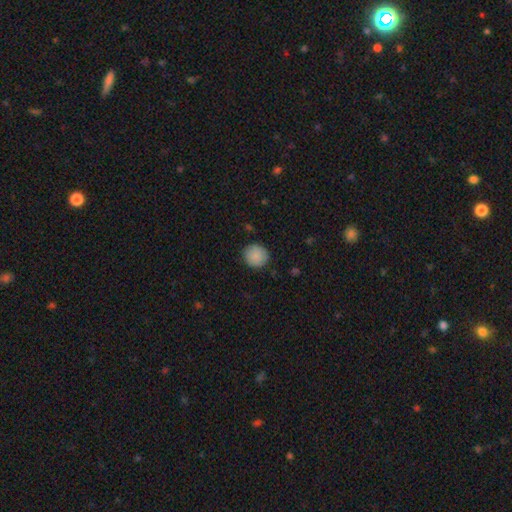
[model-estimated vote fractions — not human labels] Smooth or featured: smooth — 89% (star or artifact — 7%)
How rounded: round — 92% (in between — 8%)
Merging: none — 88% (minor disturbance — 9%)